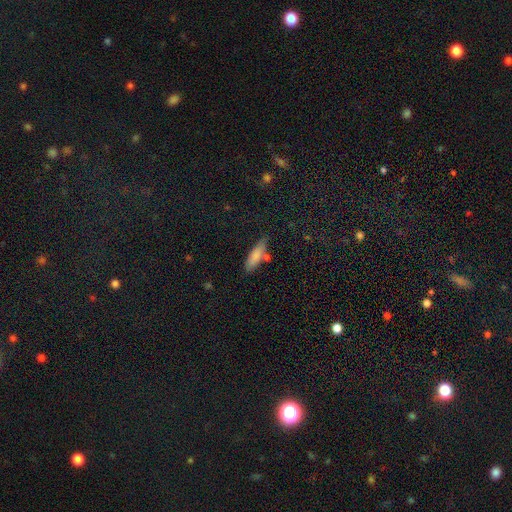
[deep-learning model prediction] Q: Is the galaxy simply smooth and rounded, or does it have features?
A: smooth — 79%.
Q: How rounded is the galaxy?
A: cigar-shaped — 51%.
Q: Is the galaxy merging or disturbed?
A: none — 70%.